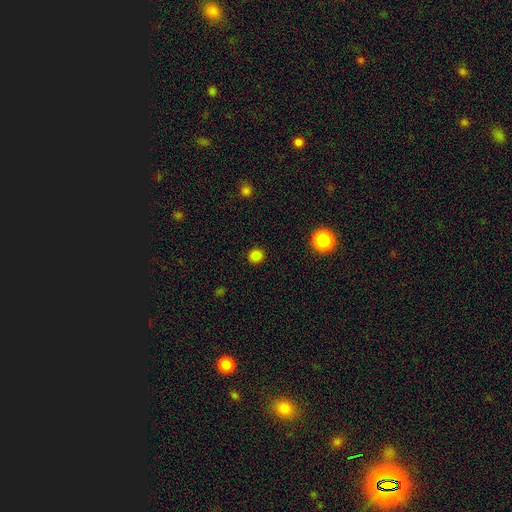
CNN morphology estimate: Overall: smooth (83%). How rounded: round (91%). Merging: none (91%).